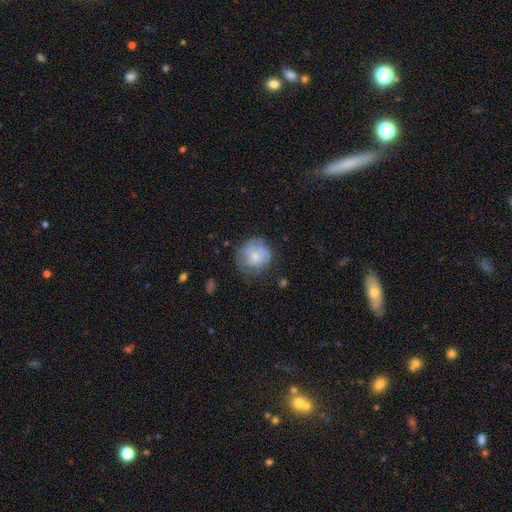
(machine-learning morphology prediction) Overall: smooth (55%; featured or disk 37%). How rounded: round (88%). Merging: none (64%).